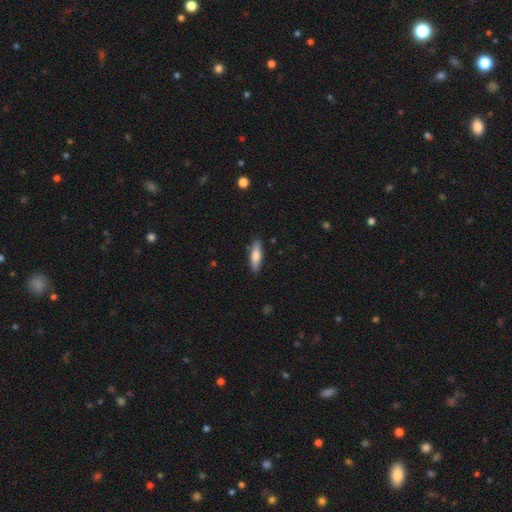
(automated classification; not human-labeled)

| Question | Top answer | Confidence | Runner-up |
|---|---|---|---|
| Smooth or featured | smooth | 73% | featured or disk (22%) |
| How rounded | cigar-shaped | 55% | in between (43%) |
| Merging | none | 88% | minor disturbance (9%) |